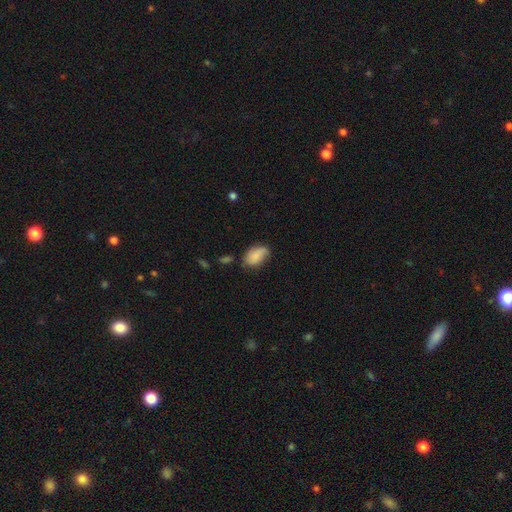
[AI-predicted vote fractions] smooth 78%, featured or disk 15%, star or artifact 8%. Down the decision tree: how rounded — in between (91%); merging — none (56%).